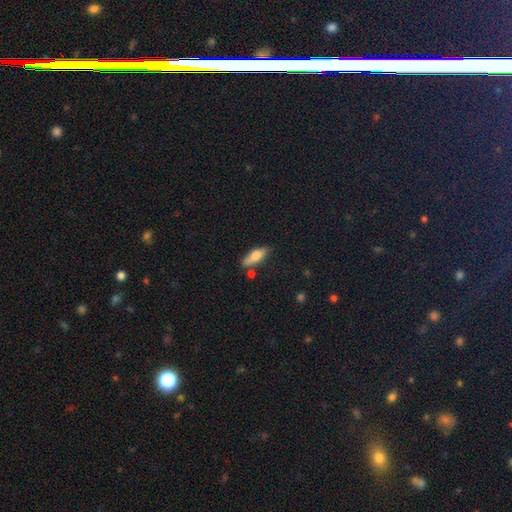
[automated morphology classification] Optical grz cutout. It shows a smooth galaxy with no disk features (66%) that is in between round and cigar-shaped (55%). Merging: none (75%).